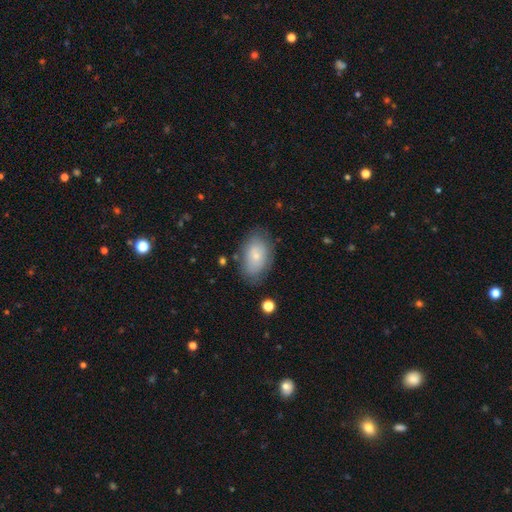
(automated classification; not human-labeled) This appears to be a smooth galaxy with no disk features (71%) that is in between round and cigar-shaped (89%). Merging: none (74%).